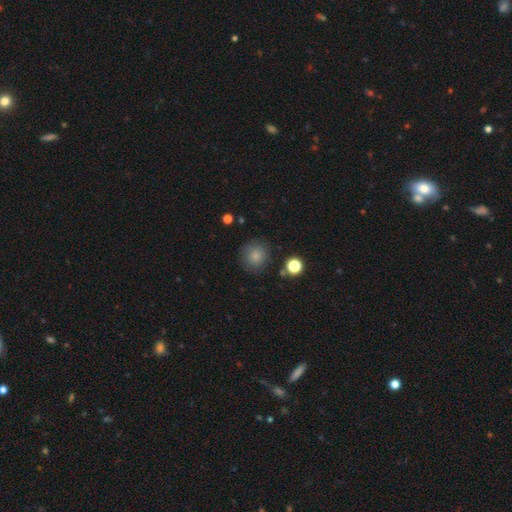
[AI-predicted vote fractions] The model was most divided on "smooth or featured": smooth: 83%, star or artifact: 11%, featured or disk: 6%. More confident: how rounded — round (92%); merging — none (83%).